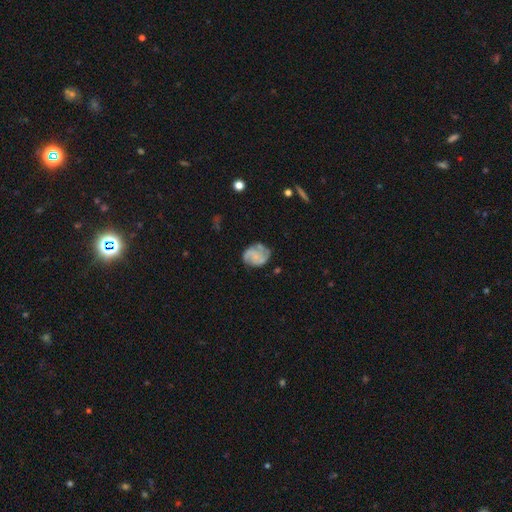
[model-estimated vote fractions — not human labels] Smooth or featured? Predicted: featured or disk (p=0.64). Edge-on disk? Predicted: no (p=0.98). Bar? Predicted: no (p=0.71). Spiral arms? Predicted: yes (p=0.88). Spiral winding? Predicted: medium (p=0.44). Spiral arm count? Predicted: 2 (p=0.38). Bulge size? Predicted: small (p=0.50). Merging? Predicted: none (p=0.63).